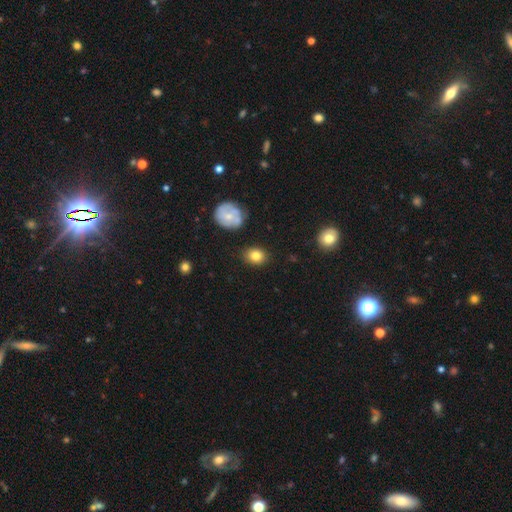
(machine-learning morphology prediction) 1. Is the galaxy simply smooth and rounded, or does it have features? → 82% smooth, 9% star or artifact, 9% featured or disk.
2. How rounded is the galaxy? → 56% round, 43% in between, 1% cigar-shaped.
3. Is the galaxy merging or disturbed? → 84% none, 11% minor disturbance, 3% major disturbance, 2% merger.